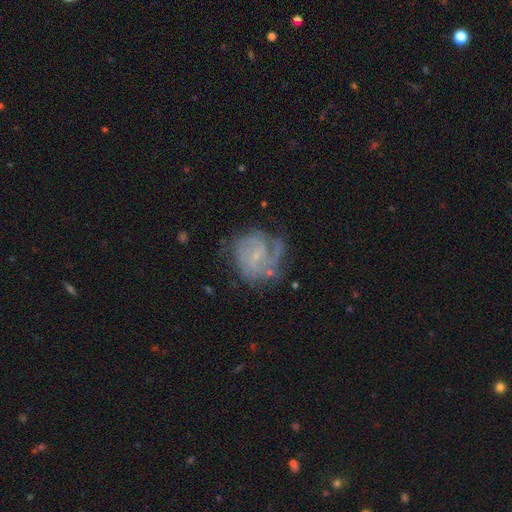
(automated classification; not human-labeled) Q: Smooth or featured?
A: featured or disk (83%); runner-up: smooth (10%)
Q: Edge-on disk?
A: no (98%); runner-up: yes (2%)
Q: Bar?
A: no (51%); runner-up: weak (41%)
Q: Spiral arms?
A: yes (94%); runner-up: no (6%)
Q: Spiral winding?
A: tight (51%); runner-up: medium (37%)
Q: Spiral arm count?
A: 2 (30%); runner-up: can't tell (27%)
Q: Bulge size?
A: small (80%); runner-up: moderate (11%)
Q: Merging?
A: none (60%); runner-up: minor disturbance (22%)